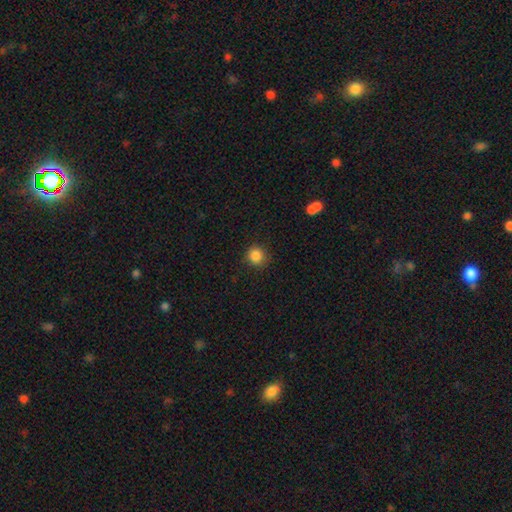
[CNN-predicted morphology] Smooth or featured? Predicted: smooth (p=0.86). How rounded? Predicted: round (p=0.89). Merging? Predicted: none (p=0.87).